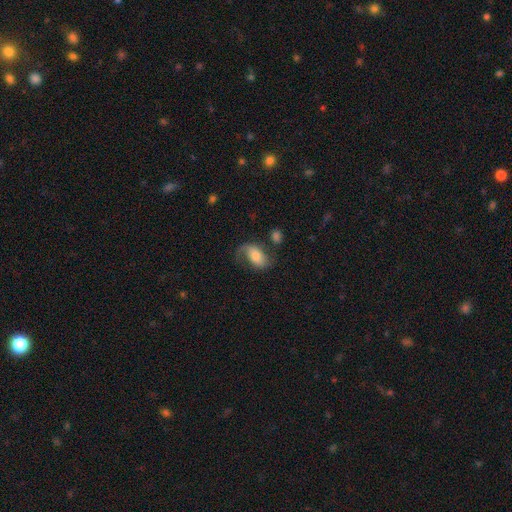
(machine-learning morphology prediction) Smooth or featured: featured or disk — 56% (smooth — 36%)
Edge-on disk: no — 95% (yes — 5%)
Bar: no — 48% (weak — 35%)
Spiral arms: yes — 87% (no — 13%)
Bulge size: moderate — 51% (small — 29%)
Merging: none — 49% (major disturbance — 23%)